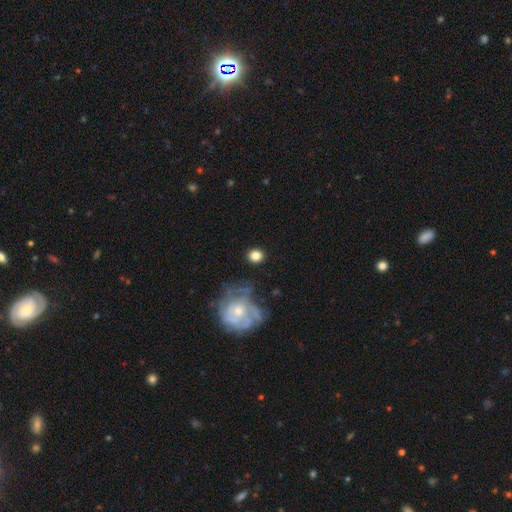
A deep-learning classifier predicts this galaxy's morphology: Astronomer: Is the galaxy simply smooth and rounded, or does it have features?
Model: smooth — 79%.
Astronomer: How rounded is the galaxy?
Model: round — 81%.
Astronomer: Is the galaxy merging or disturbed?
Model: none — 83%.